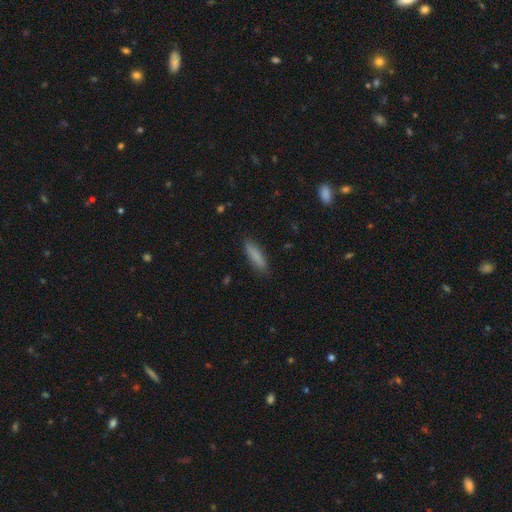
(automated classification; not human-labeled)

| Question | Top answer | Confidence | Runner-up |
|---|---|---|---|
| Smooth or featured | smooth | 85% | featured or disk (8%) |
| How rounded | cigar-shaped | 69% | in between (29%) |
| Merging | none | 86% | minor disturbance (10%) |